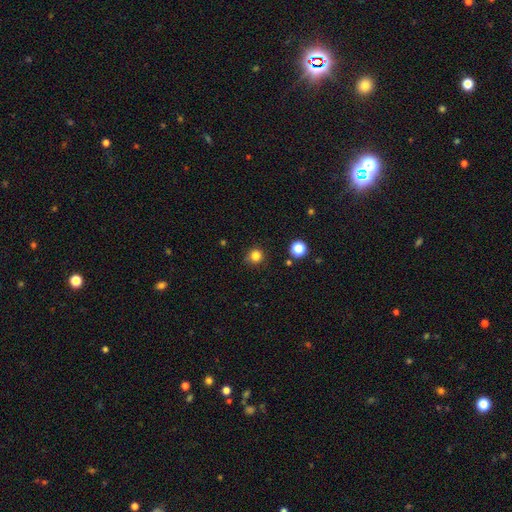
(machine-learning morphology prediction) This appears to be a smooth galaxy with no disk features (82%) that is round (93%). Merging: none (85%).